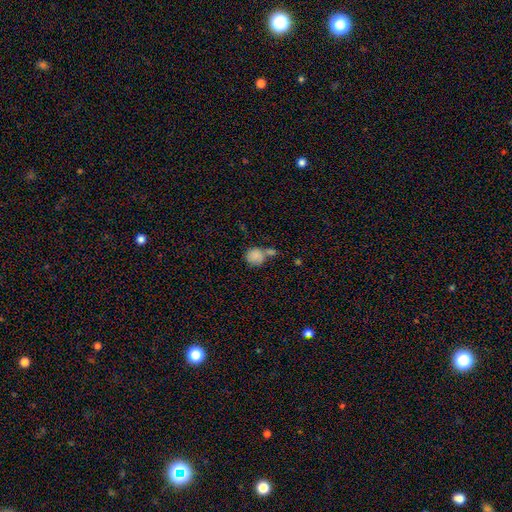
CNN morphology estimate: Q: Smooth or featured?
A: smooth (85%); runner-up: star or artifact (9%)
Q: How rounded?
A: round (83%); runner-up: in between (16%)
Q: Merging?
A: none (40%); tied with: merger (40%)